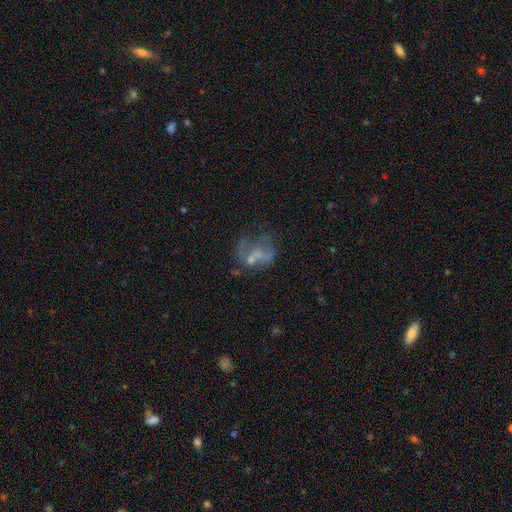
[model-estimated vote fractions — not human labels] smooth_or_featured: featured or disk (p=0.57) [alt: smooth p=0.27]
disk_edge_on: no (p=0.98) [alt: yes p=0.02]
bar: no (p=0.80) [alt: weak p=0.16]
has_spiral_arms: no (p=0.75) [alt: yes p=0.25]
bulge_size: none (p=0.46) [alt: small p=0.29]
merging: major disturbance (p=0.35) [alt: none p=0.31]